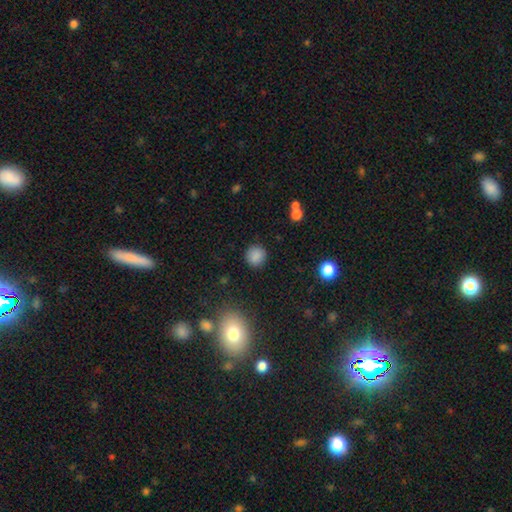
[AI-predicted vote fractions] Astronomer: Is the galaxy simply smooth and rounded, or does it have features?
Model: smooth — 85%.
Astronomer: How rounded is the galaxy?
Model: round — 90%.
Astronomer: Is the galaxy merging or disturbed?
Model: none — 88%.